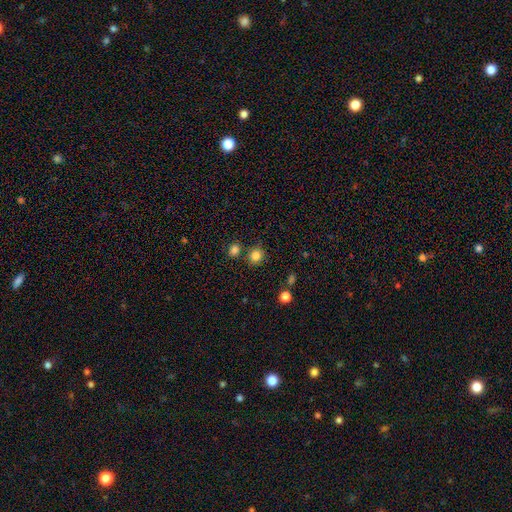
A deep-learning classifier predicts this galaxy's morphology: This appears to be a smooth galaxy with no disk features (83%) that is round (83%). Merging: none (78%).